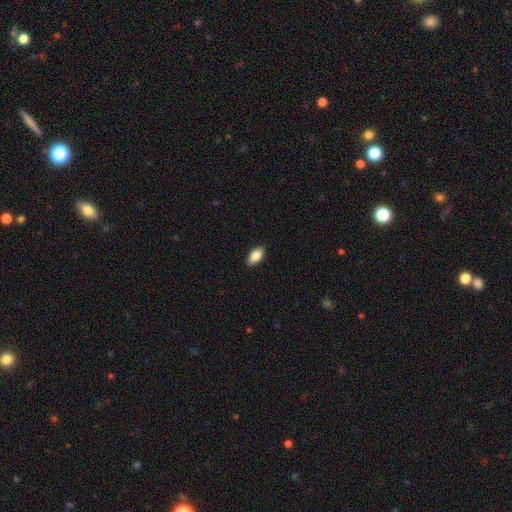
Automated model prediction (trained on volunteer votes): A smooth galaxy with no disk features (83%) that is in between round and cigar-shaped (91%).

Vote fractions:
- Smooth or featured? smooth: 83% / featured or disk: 10% / star or artifact: 7%
- How rounded? in between: 91% / round: 5% / cigar-shaped: 4%
- Merging? none: 88% / minor disturbance: 10% / major disturbance: 2% / merger: 1%